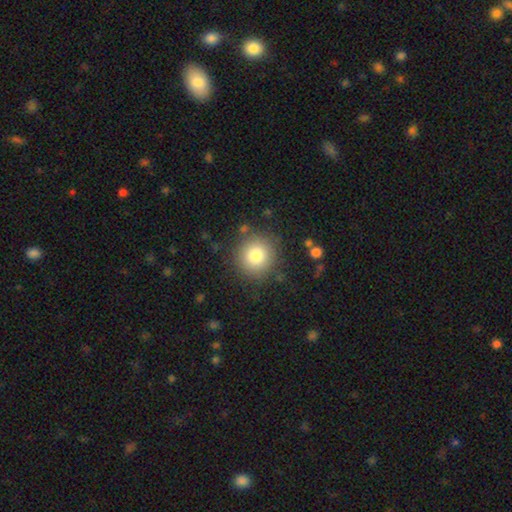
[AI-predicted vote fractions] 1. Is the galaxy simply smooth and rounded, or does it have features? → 81% smooth, 10% star or artifact, 8% featured or disk.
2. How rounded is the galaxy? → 93% round, 6% in between, 1% cigar-shaped.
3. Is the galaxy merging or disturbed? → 85% none, 9% minor disturbance, 4% major disturbance, 2% merger.